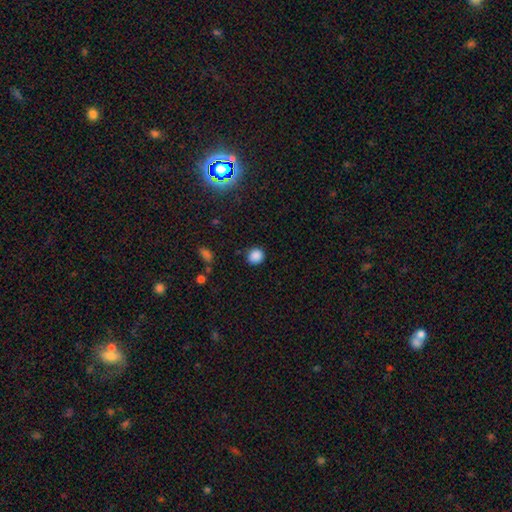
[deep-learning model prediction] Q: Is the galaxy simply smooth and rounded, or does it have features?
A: smooth — 85%.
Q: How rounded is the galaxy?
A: round — 87%.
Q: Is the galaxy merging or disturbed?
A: none — 86%.